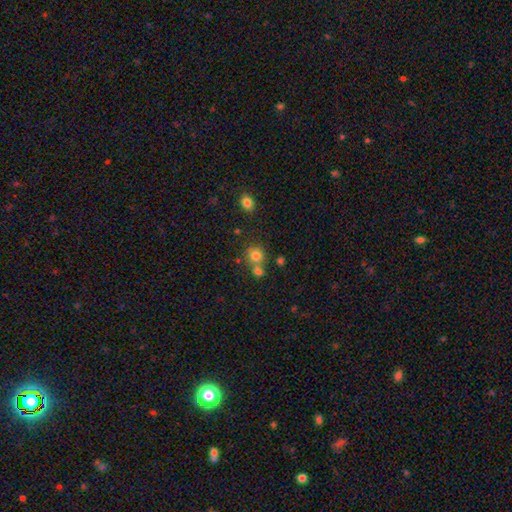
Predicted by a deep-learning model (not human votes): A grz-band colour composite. It shows a smooth galaxy with no disk features (77%) that is round (86%). Merging: none (58%).